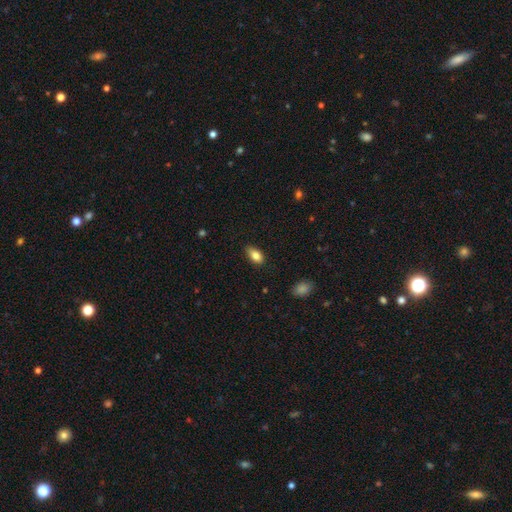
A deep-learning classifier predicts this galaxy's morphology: The model was most divided on "merging": none: 77%, minor disturbance: 19%, major disturbance: 3%, merger: 1%. More confident: how rounded — in between (89%); smooth or featured — smooth (83%).